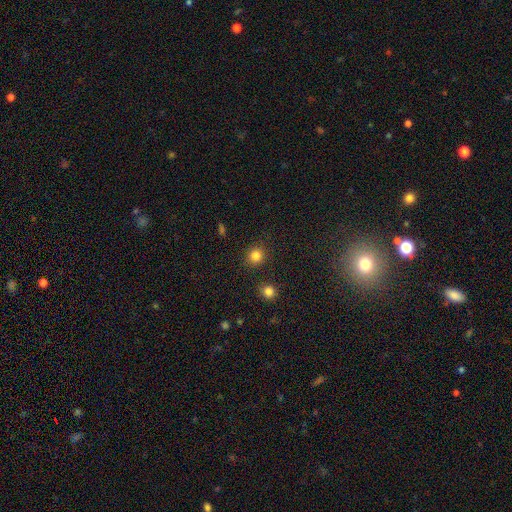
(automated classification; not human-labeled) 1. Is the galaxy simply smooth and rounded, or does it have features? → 83% smooth, 12% star or artifact, 4% featured or disk.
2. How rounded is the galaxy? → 89% round, 10% in between, 1% cigar-shaped.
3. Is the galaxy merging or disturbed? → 88% none, 7% minor disturbance, 3% merger, 3% major disturbance.